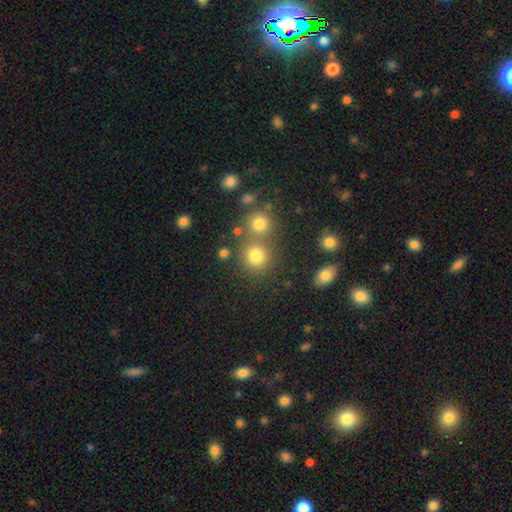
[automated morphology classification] A smooth galaxy with no disk features (79%) that is round (88%). Merging: none (62%).